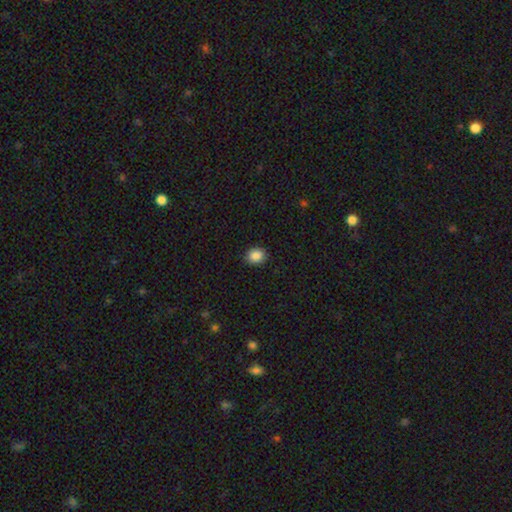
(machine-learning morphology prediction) smooth-or-featured: smooth: 87% | star or artifact: 9% | featured or disk: 3%
  how-rounded: round: 66% | in between: 33% | cigar-shaped: 1%
  merging: none: 89% | minor disturbance: 8% | major disturbance: 2% | merger: 1%